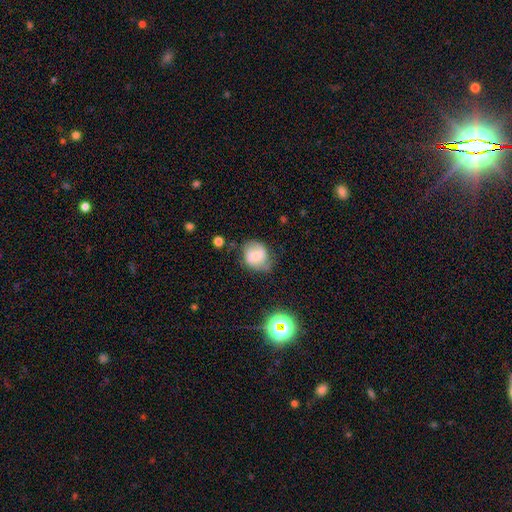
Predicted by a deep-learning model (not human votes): This is likely a featured or disk galaxy (63%). It is clearly not viewed edge-on (98%). Bar: possibly weak (47%). Spiral arm pattern: clearly yes (92%). Spiral arm count: clearly 2 (85%). Spiral winding: possibly medium (49%). Central bulge: possibly small (46%). Merging: likely none (68%).